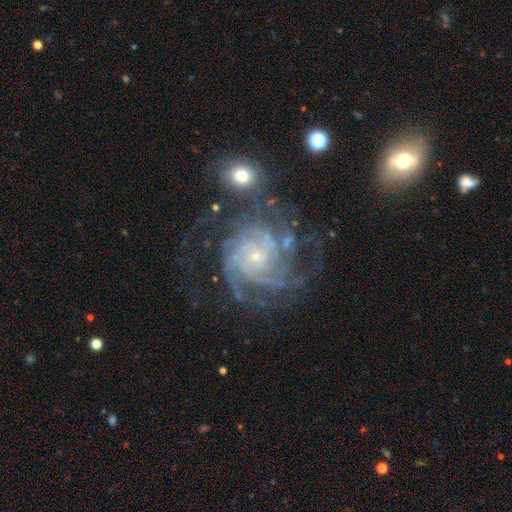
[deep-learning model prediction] Smooth or featured: featured or disk — 90% (star or artifact — 6%)
Edge-on disk: no — 98% (yes — 2%)
Bar: no — 75% (weak — 19%)
Spiral arms: yes — 98% (no — 2%)
Spiral winding: tight — 70% (medium — 26%)
Spiral arm count: 4 — 36% (3 — 18%)
Bulge size: small — 83% (moderate — 12%)
Merging: none — 59% (minor disturbance — 20%)